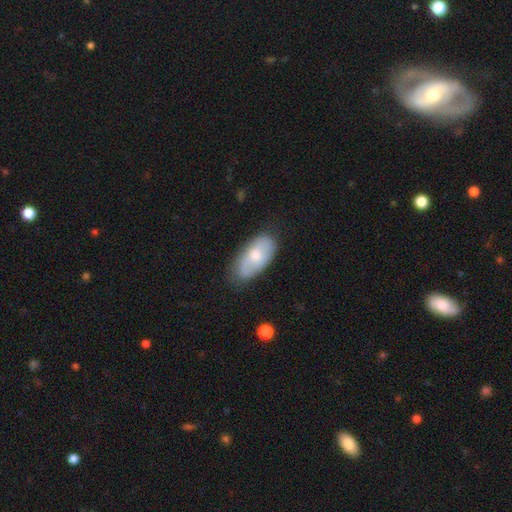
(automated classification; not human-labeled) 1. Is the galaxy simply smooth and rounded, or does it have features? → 62% smooth, 32% featured or disk, 6% star or artifact.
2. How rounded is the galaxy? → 93% in between, 4% cigar-shaped, 3% round.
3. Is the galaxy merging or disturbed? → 69% none, 24% minor disturbance, 5% major disturbance, 2% merger.